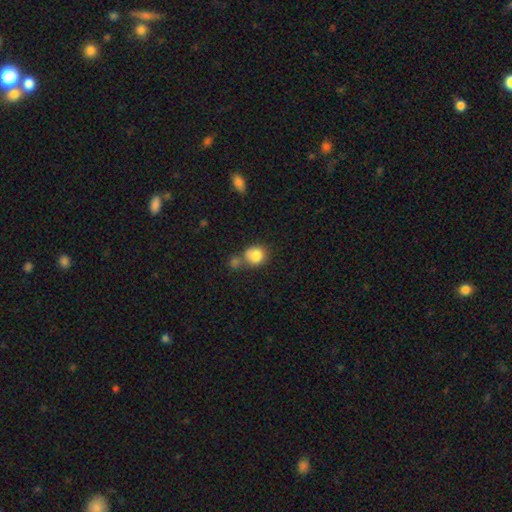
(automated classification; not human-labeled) The model was most divided on "merging": none: 47%, merger: 32%, minor disturbance: 15%, major disturbance: 5%. More confident: smooth or featured — smooth (83%); how rounded — round (77%).